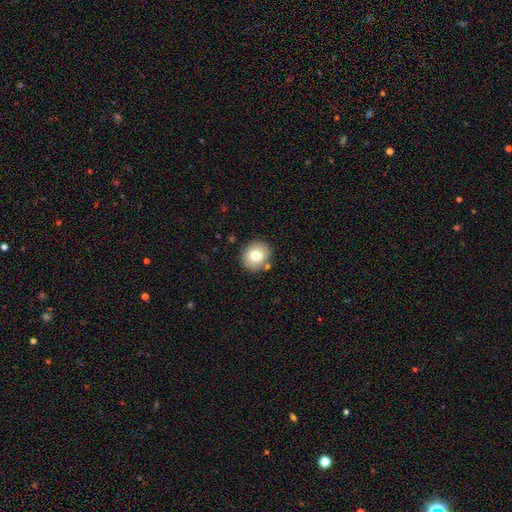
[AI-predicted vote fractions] smooth-or-featured: smooth: 75% | featured or disk: 15% | star or artifact: 10%
  how-rounded: round: 82% | in between: 17% | cigar-shaped: 1%
  merging: none: 85% | minor disturbance: 8% | merger: 4% | major disturbance: 2%